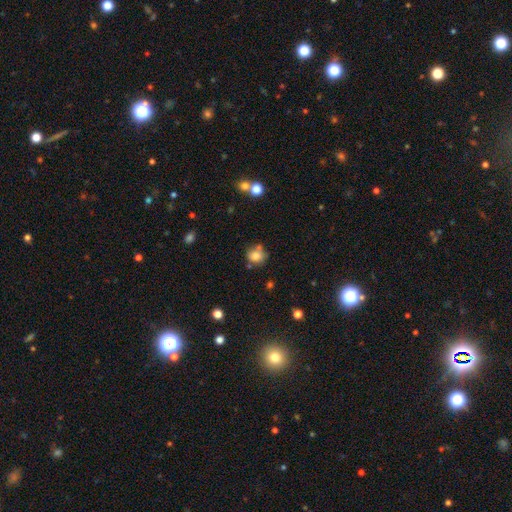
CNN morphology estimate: smooth-or-featured: smooth: 80% | star or artifact: 11% | featured or disk: 9%
  how-rounded: round: 76% | in between: 23% | cigar-shaped: 1%
  merging: none: 63% | minor disturbance: 18% | merger: 13% | major disturbance: 5%